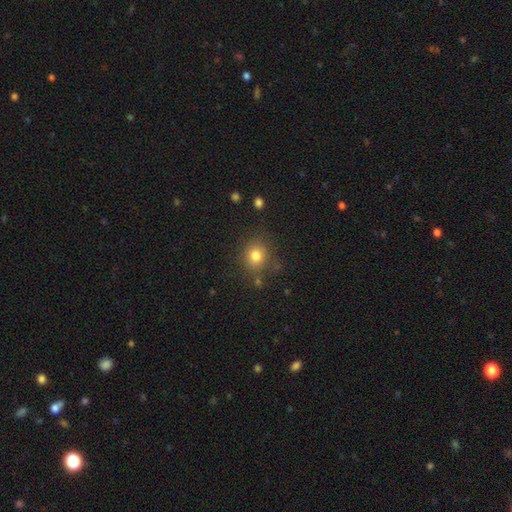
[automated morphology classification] Smooth or featured? smooth (80%)
How rounded? round (78%)
Merging? none (80%)